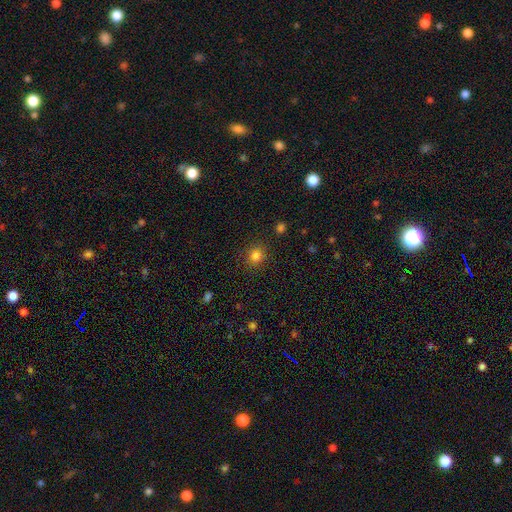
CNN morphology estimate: This is clearly a smooth galaxy (82%). How rounded: clearly round (85%). Merging: clearly none (88%).